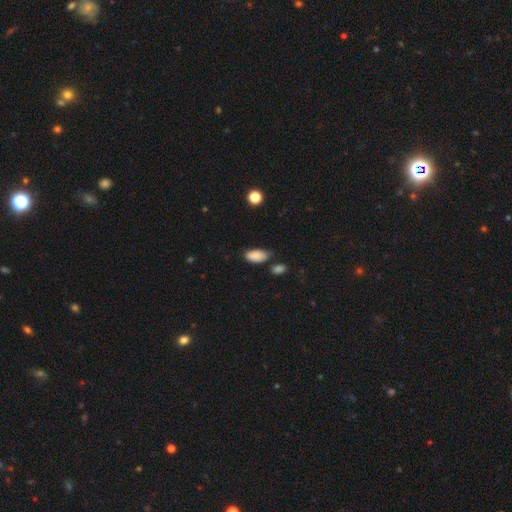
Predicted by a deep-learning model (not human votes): Overall: smooth (87%). How rounded: in between (93%). Merging: none (55%; minor disturbance 30%).